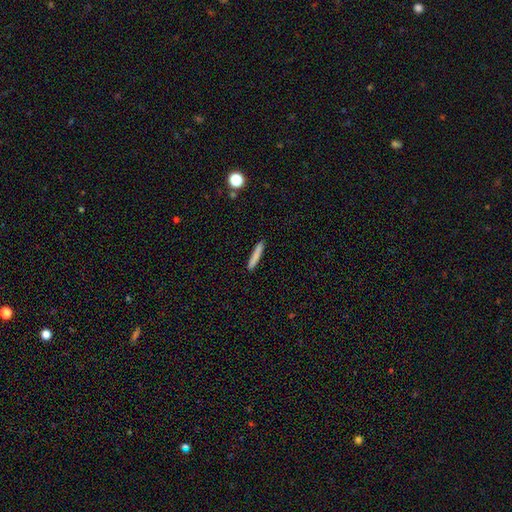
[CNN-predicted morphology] type=smooth (83%); roundness=cigar-shaped (95%); merging=none (91%).